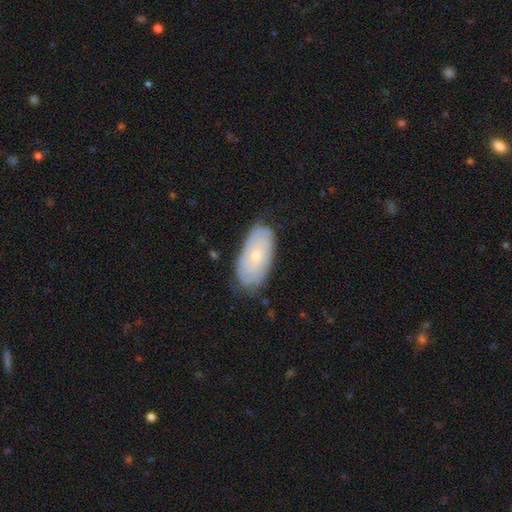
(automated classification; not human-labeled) The model was most divided on "smooth or featured": featured or disk: 56%, smooth: 37%, star or artifact: 7%. More confident: edge-on disk — no (92%); bar — no (83%); spiral arms — yes (78%); merging — none (75%); bulge size — small (67%).